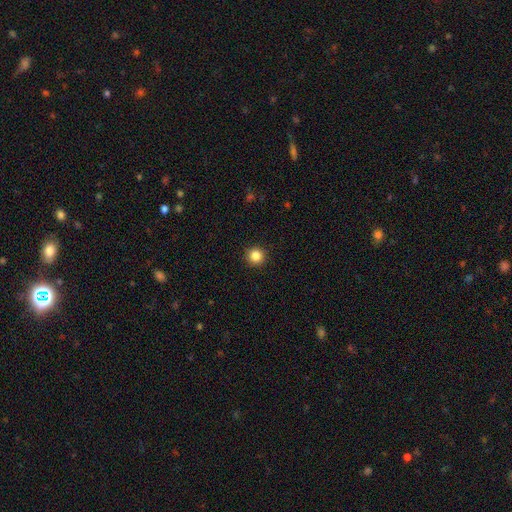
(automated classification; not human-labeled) Q: Smooth or featured?
A: smooth (85%); runner-up: star or artifact (11%)
Q: How rounded?
A: round (96%); runner-up: in between (3%)
Q: Merging?
A: none (93%); runner-up: minor disturbance (4%)